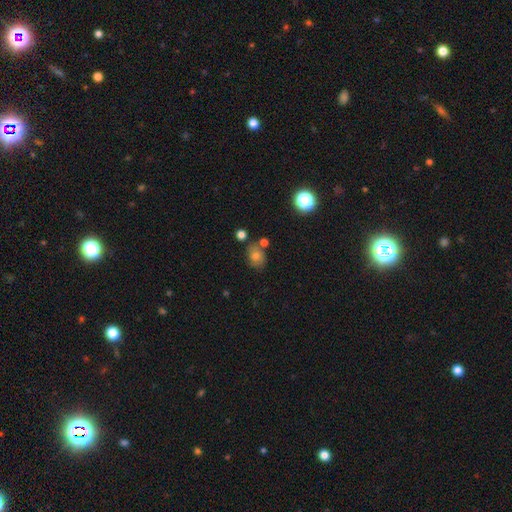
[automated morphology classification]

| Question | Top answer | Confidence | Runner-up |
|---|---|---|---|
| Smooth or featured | smooth | 70% | star or artifact (15%) |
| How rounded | round | 52% | in between (47%) |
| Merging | none | 66% | minor disturbance (16%) |